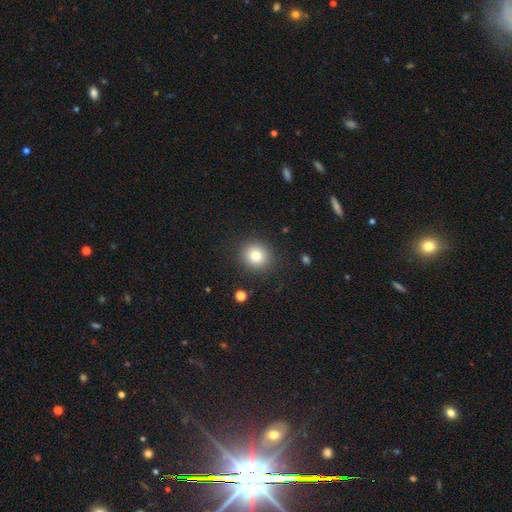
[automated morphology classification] smooth-or-featured: smooth: 80% | star or artifact: 11% | featured or disk: 9%
  how-rounded: round: 88% | in between: 11% | cigar-shaped: 1%
  merging: none: 89% | minor disturbance: 7% | major disturbance: 3% | merger: 1%